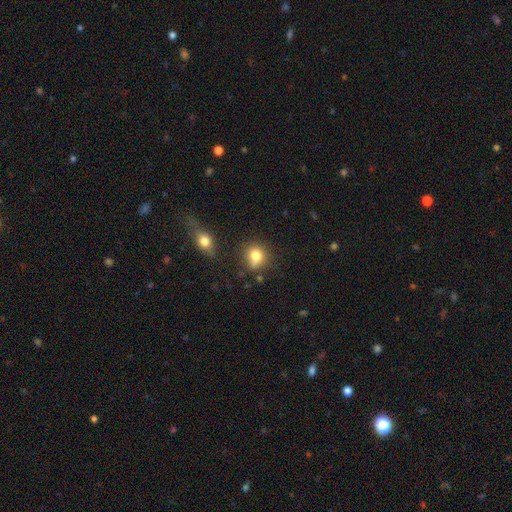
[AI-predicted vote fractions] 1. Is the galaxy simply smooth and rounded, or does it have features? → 79% smooth, 11% star or artifact, 10% featured or disk.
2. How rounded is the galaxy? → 71% round, 28% in between, 1% cigar-shaped.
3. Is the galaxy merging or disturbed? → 63% none, 21% minor disturbance, 9% merger, 7% major disturbance.